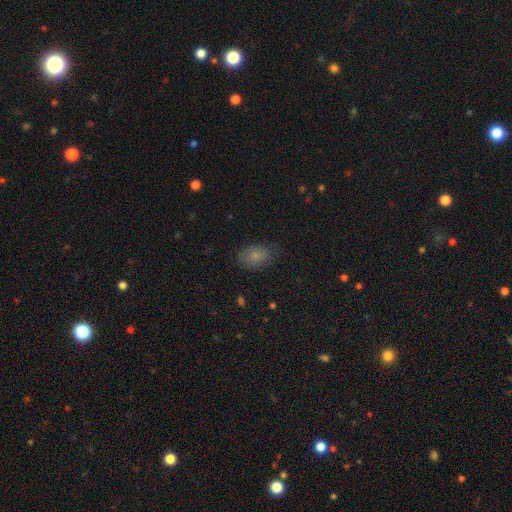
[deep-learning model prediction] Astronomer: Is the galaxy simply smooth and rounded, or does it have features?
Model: smooth — 81%.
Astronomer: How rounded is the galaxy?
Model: in between — 86%.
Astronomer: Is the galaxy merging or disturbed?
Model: none — 77%.